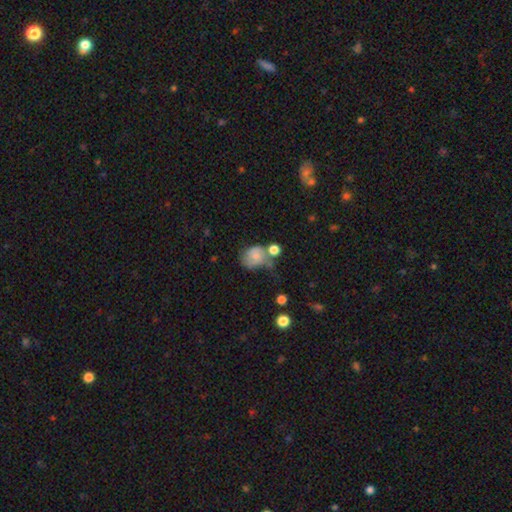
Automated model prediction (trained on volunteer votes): This appears to be a smooth galaxy with no disk features (65%) that is round (59%). Merging: none (32%).